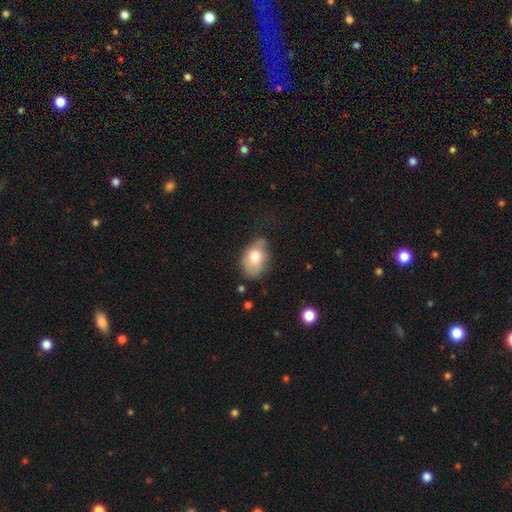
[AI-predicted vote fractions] smooth-or-featured: smooth: 72% | featured or disk: 20% | star or artifact: 7%
  how-rounded: in between: 86% | round: 13% | cigar-shaped: 1%
  merging: none: 54% | minor disturbance: 32% | major disturbance: 12% | merger: 3%